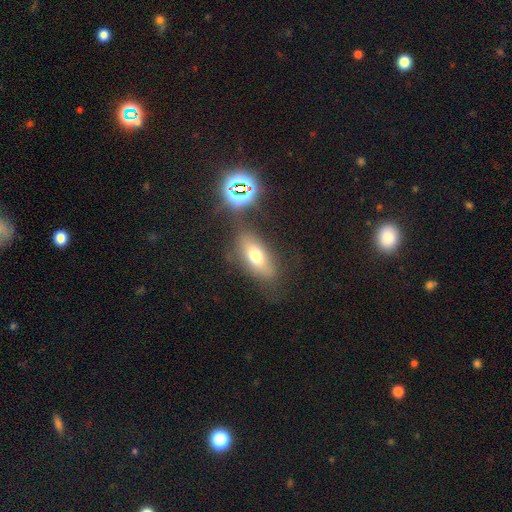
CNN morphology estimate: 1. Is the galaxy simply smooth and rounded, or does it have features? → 64% smooth, 22% featured or disk, 14% star or artifact.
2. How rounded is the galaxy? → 78% in between, 15% cigar-shaped, 7% round.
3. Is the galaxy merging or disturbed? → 69% none, 16% minor disturbance, 8% major disturbance, 7% merger.